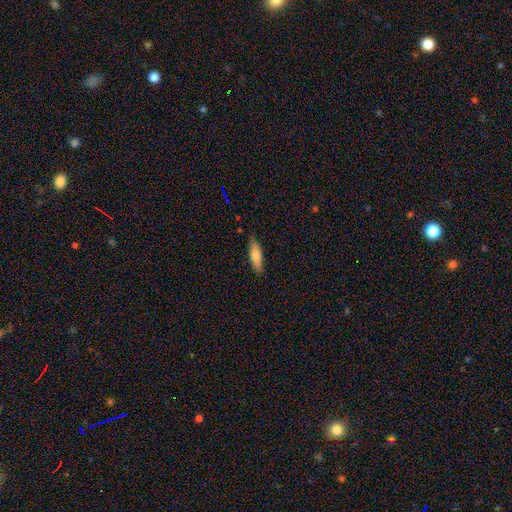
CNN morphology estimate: This appears to be a smooth galaxy with no disk features (69%) that is cigar-shaped (56%). Merging: none (84%).